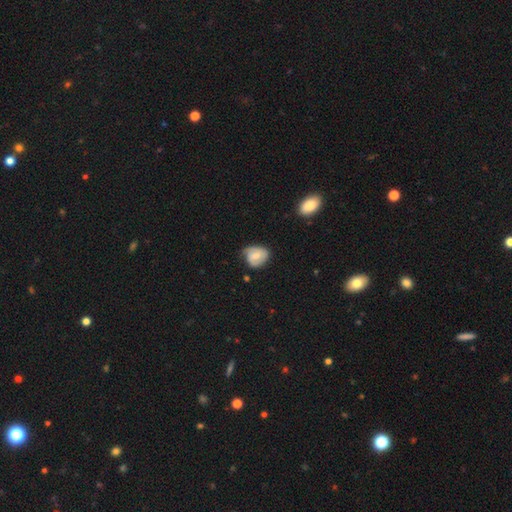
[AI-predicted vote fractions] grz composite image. It shows a smooth galaxy with no disk features (51%) that is round (55%). Merging: none (49%).